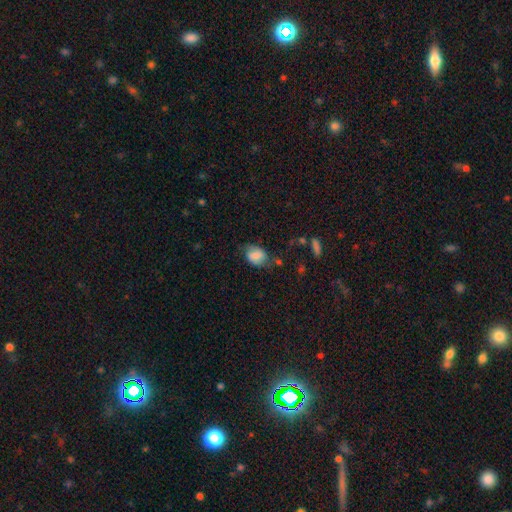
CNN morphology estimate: Smooth or featured? smooth (72%)
How rounded? in between (74%)
Merging? none (55%)